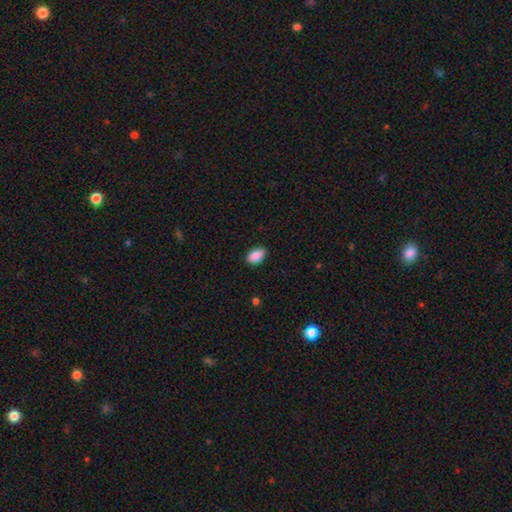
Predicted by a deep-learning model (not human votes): smooth 89%, star or artifact 7%, featured or disk 4%. Down the decision tree: how rounded — in between (91%); merging — none (83%).